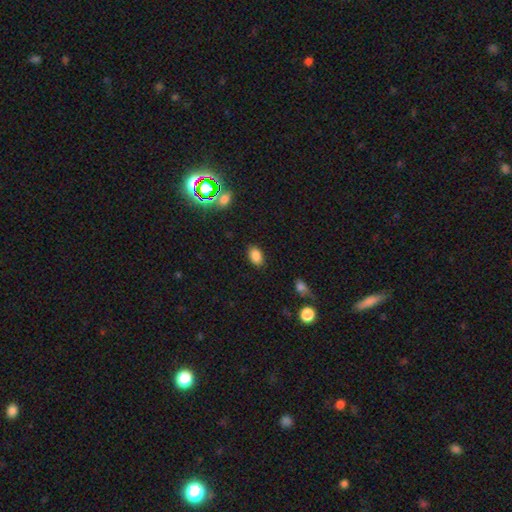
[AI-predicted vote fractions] Smooth or featured? smooth (84%)
How rounded? in between (87%)
Merging? none (86%)